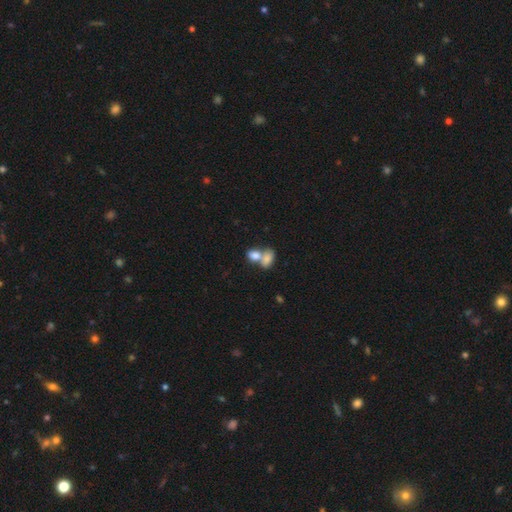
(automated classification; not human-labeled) Overall: smooth (80%). How rounded: in between (82%). Merging: merger (68%).